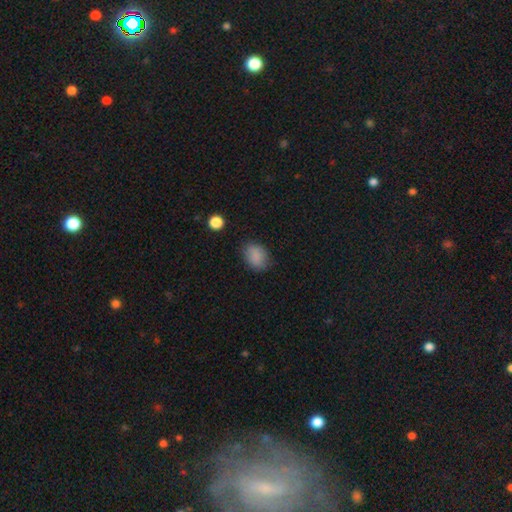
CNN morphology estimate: smooth_or_featured: smooth (p=0.85) [alt: star or artifact p=0.10]
how_rounded: in between (p=0.68) [alt: round p=0.31]
merging: none (p=0.77) [alt: minor disturbance p=0.18]